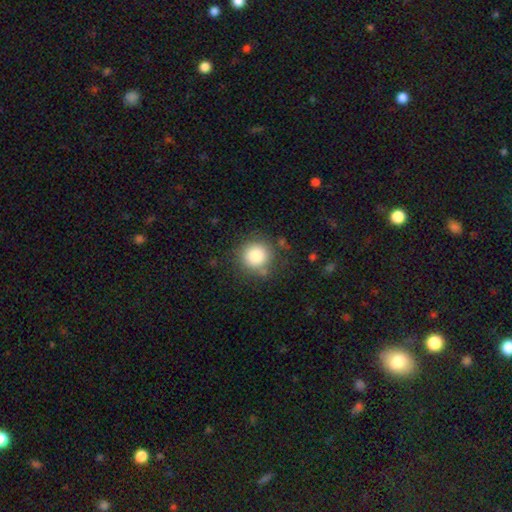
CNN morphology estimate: This is clearly a smooth galaxy (84%). How rounded: clearly round (93%). Merging: clearly none (82%).